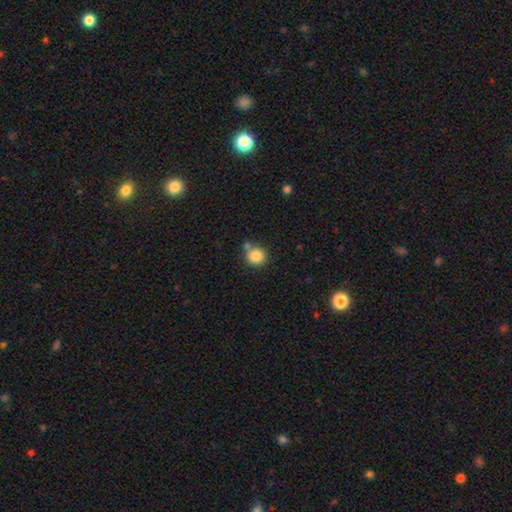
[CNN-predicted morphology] This appears to be a smooth galaxy with no disk features (84%) that is round (89%). Merging: none (67%).